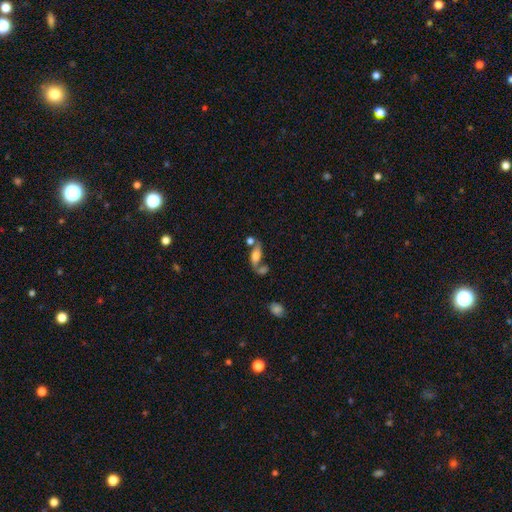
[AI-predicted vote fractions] Morphology: type=featured or disk (46%); merging=none (40%).